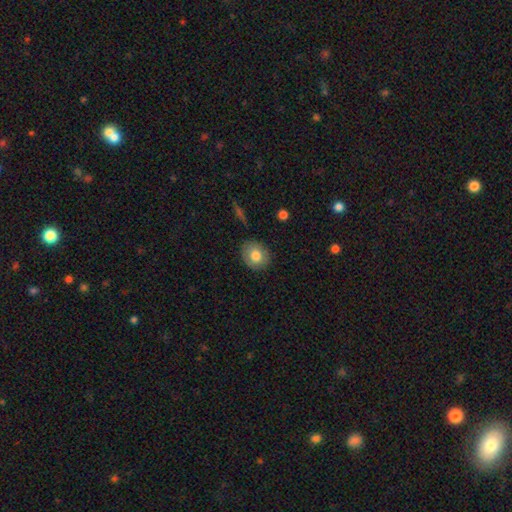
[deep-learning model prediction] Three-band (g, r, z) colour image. It shows a smooth galaxy with no disk features (77%) that is round (61%). Merging: none (84%).